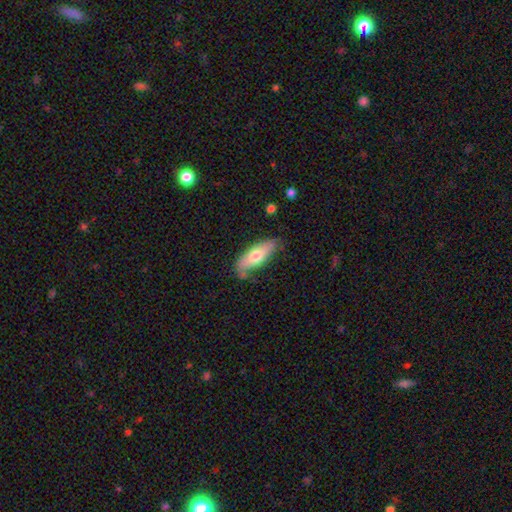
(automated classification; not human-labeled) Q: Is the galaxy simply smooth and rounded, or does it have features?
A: smooth — 64%.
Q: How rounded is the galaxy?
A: in between — 68%.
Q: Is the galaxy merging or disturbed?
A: none — 67%.